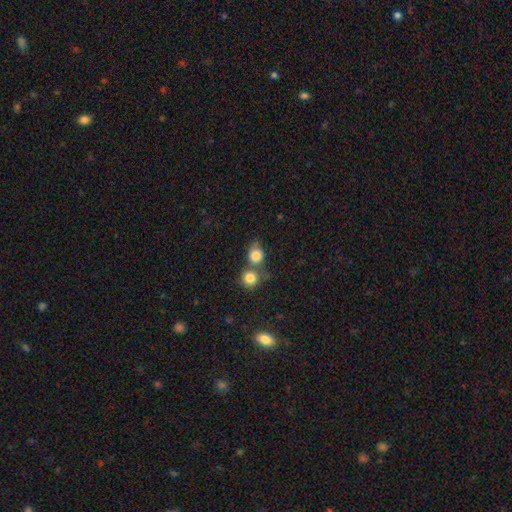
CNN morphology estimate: Smooth or featured?
  - smooth: 82% *
  - star or artifact: 10%
  - featured or disk: 8%
How rounded?
  - round: 81% *
  - in between: 18%
  - cigar-shaped: 1%
Merging?
  - none: 45% *
  - merger: 41%
  - minor disturbance: 10%
  - major disturbance: 4%